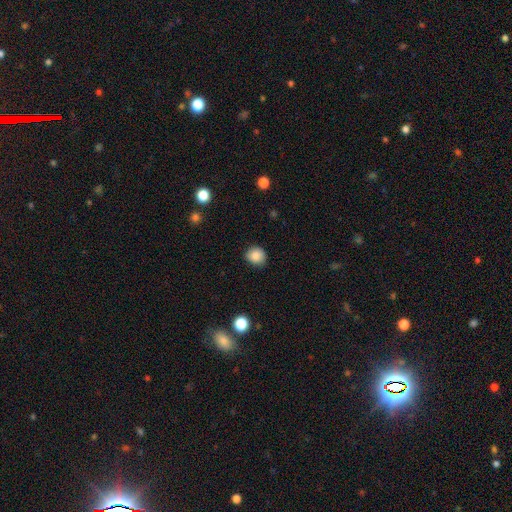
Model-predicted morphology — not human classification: Smooth or featured? Predicted: smooth (p=0.86). How rounded? Predicted: round (p=0.82). Merging? Predicted: none (p=0.82).